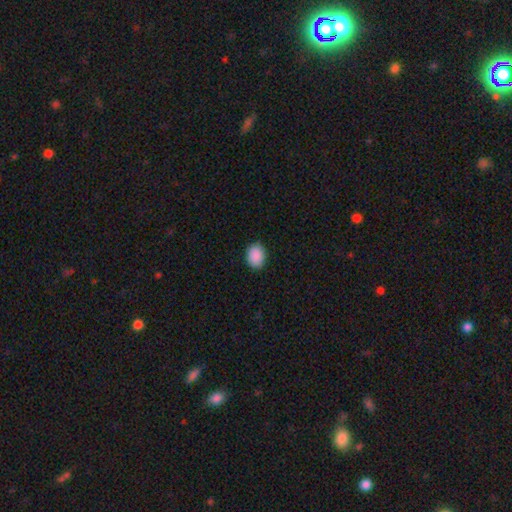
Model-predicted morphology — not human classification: This appears to be a smooth galaxy with no disk features (90%) that is in between round and cigar-shaped (62%). Merging: none (87%).